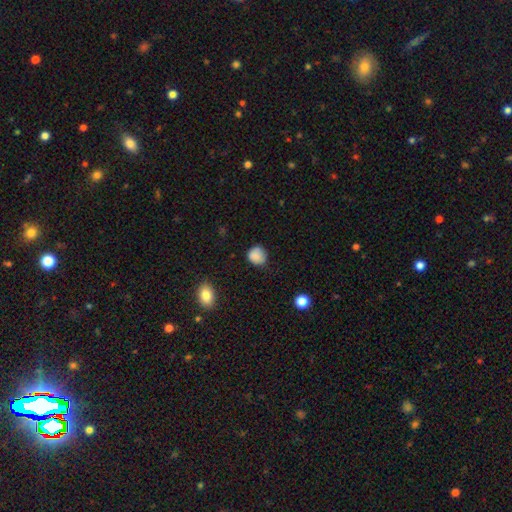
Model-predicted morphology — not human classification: Overall: smooth (86%). How rounded: round (79%). Merging: none (70%).